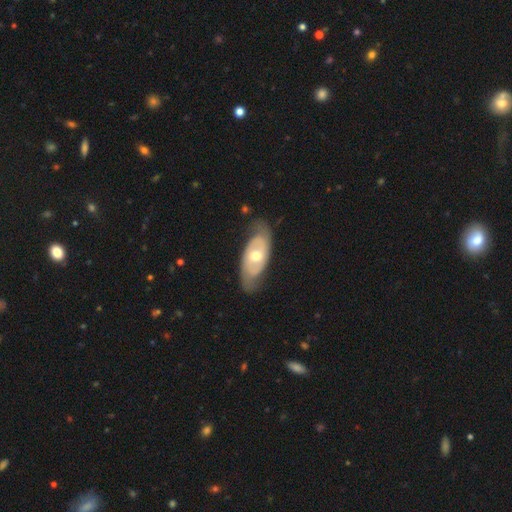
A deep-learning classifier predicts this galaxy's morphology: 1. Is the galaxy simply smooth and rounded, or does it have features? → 68% featured or disk, 27% smooth, 5% star or artifact.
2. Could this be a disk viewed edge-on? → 89% no, 11% yes.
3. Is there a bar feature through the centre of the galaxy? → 65% no, 27% weak, 7% strong.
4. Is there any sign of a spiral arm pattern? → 72% yes, 28% no.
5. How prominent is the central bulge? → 73% moderate, 19% small, 6% large, 1% none, 1% dominant.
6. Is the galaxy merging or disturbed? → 70% none, 22% minor disturbance, 7% major disturbance, 1% merger.